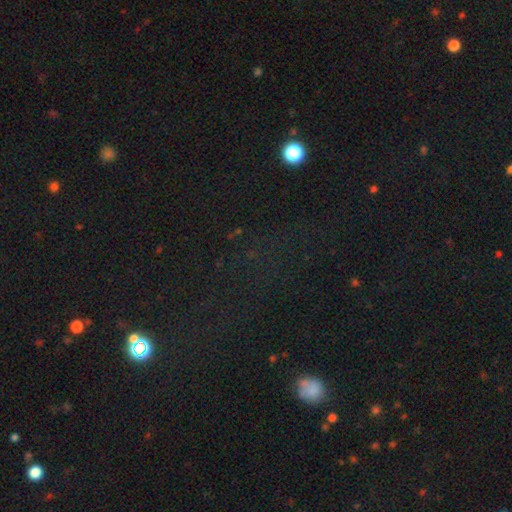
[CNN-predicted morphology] A star or artifact, not a galaxy (68%).